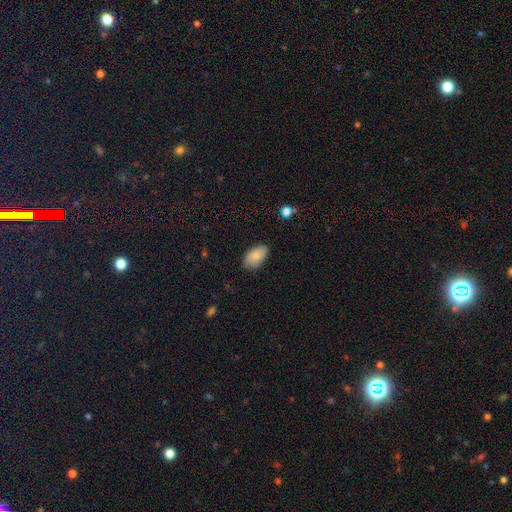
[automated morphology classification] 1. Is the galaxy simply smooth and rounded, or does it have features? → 83% smooth, 10% featured or disk, 7% star or artifact.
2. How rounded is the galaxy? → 94% in between, 4% round, 2% cigar-shaped.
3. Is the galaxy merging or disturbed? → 78% none, 18% minor disturbance, 3% major disturbance, 1% merger.